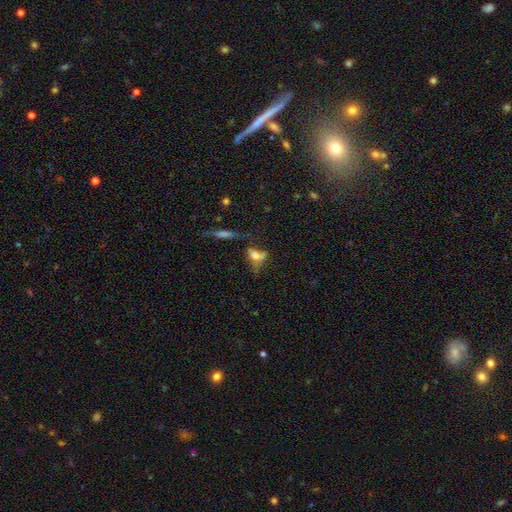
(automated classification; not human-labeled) A smooth galaxy with no disk features (56%) that is in between round and cigar-shaped (66%). Merging: none (31%).